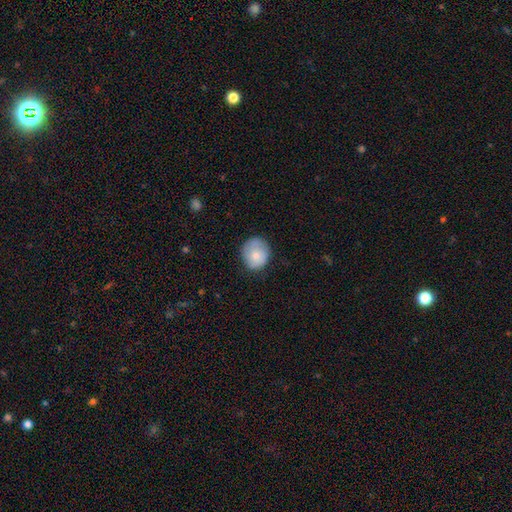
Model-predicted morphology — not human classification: type=smooth (75%); roundness=round (78%); merging=none (73%).